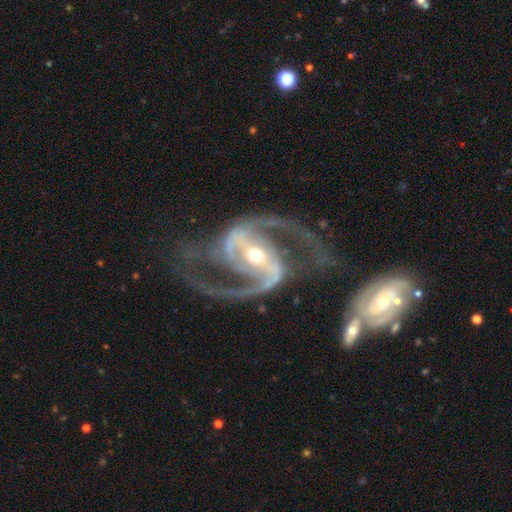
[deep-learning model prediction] smooth-or-featured: featured or disk: 94% | star or artifact: 4% | smooth: 2%
  disk-edge-on: no: 98% | yes: 2%
    bar: strong: 62% | weak: 27% | no: 11%
    has-spiral-arms: yes: 98% | no: 2%
      spiral-winding: medium: 61% | loose: 26% | tight: 13%
      spiral-arm-count: 2: 94% | 3: 1% | can't tell: 1% | 1: 1% | 4: 1% | more than 4: 1%
    bulge-size: moderate: 62% | small: 33% | large: 4% | none: 1% | dominant: 1%
  merging: none: 72% | minor disturbance: 14% | major disturbance: 10% | merger: 4%